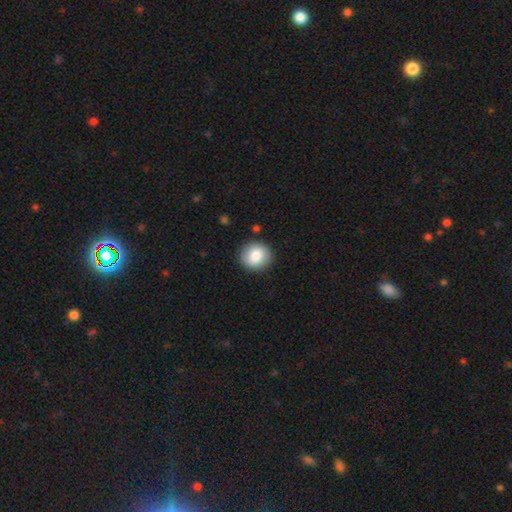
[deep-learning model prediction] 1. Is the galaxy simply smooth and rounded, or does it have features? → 84% smooth, 9% featured or disk, 8% star or artifact.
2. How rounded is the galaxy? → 88% round, 11% in between, 1% cigar-shaped.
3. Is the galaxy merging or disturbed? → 89% none, 7% minor disturbance, 2% major disturbance, 1% merger.